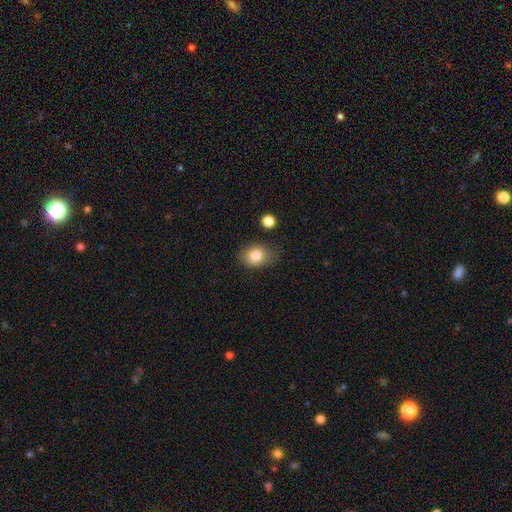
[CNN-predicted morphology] Overall: smooth (83%). How rounded: in between (60%; round 39%). Merging: none (71%).